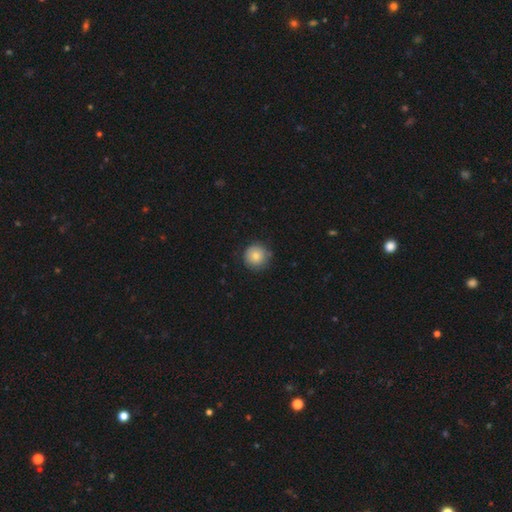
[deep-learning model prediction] Smooth or featured? Predicted: smooth (p=0.78). How rounded? Predicted: round (p=0.96). Merging? Predicted: none (p=0.83).